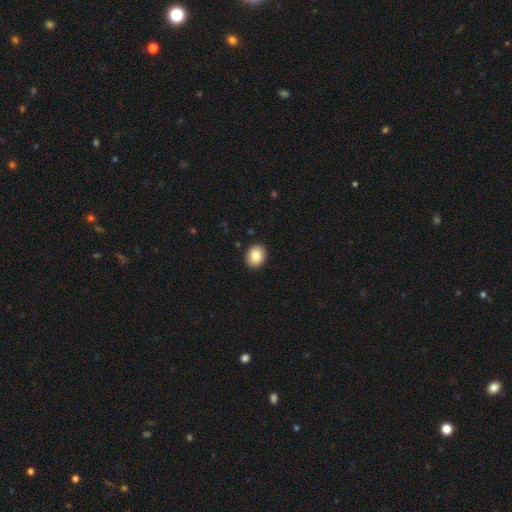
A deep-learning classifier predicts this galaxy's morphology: smooth 83%, star or artifact 8%, featured or disk 8%. Down the decision tree: how rounded — round (59%); merging — none (92%).